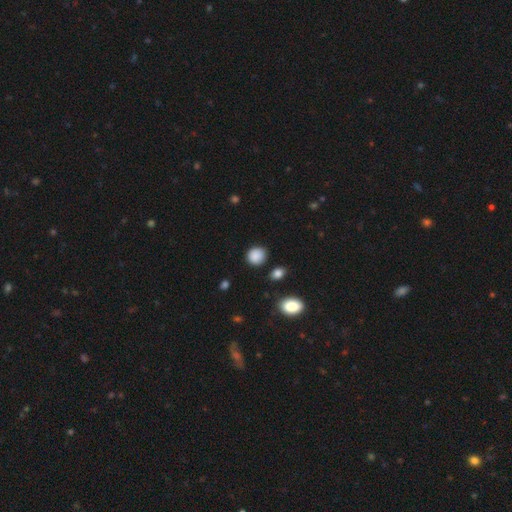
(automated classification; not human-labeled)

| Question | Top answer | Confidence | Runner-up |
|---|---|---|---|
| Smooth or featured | smooth | 88% | star or artifact (8%) |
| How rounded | round | 83% | in between (16%) |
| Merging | none | 84% | minor disturbance (11%) |